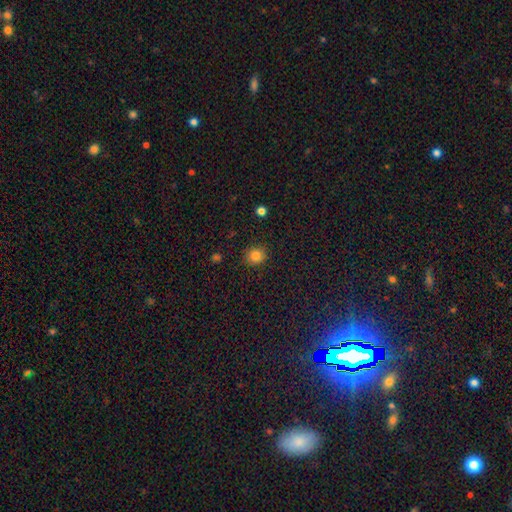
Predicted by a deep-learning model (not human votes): smooth_or_featured: smooth (p=0.84) [alt: star or artifact p=0.11]
how_rounded: round (p=0.81) [alt: in between p=0.18]
merging: none (p=0.89) [alt: minor disturbance p=0.08]